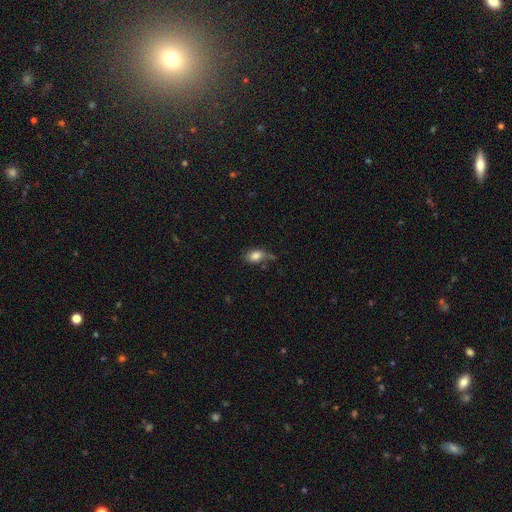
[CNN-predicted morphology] This is clearly a smooth galaxy (83%). How rounded: clearly in between (80%). Merging: possibly none (55%).